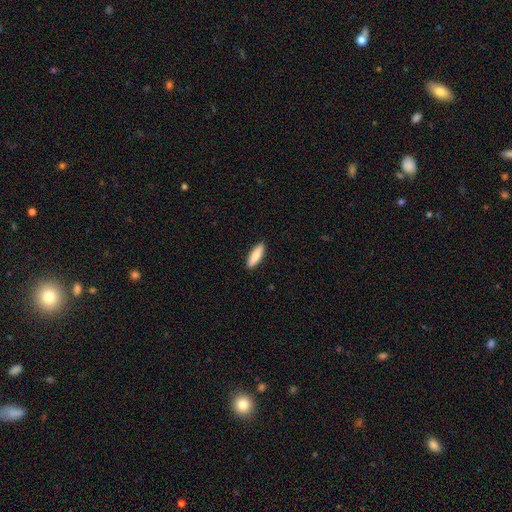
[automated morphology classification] Smooth or featured?
  - smooth: 85% *
  - featured or disk: 9%
  - star or artifact: 6%
How rounded?
  - cigar-shaped: 54% *
  - in between: 44%
  - round: 2%
Merging?
  - none: 90% *
  - minor disturbance: 7%
  - major disturbance: 2%
  - merger: 1%